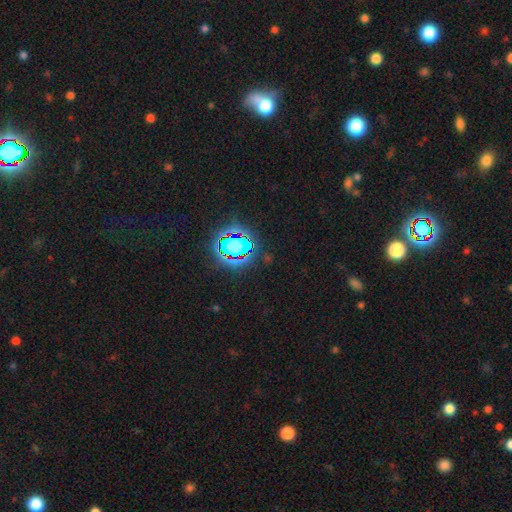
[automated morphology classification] Overall: star or artifact (81%).